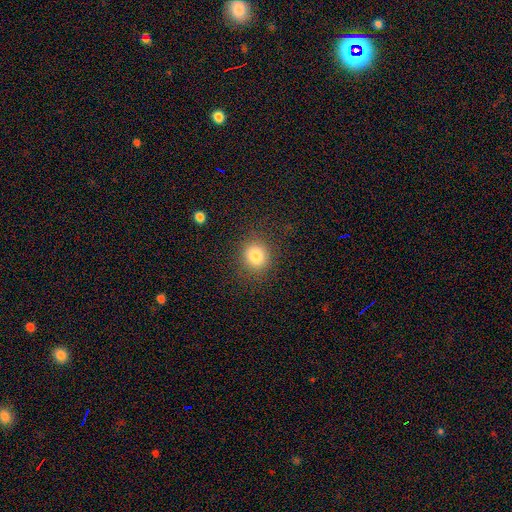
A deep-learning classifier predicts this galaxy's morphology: type=smooth (82%); roundness=round (80%); merging=none (87%).